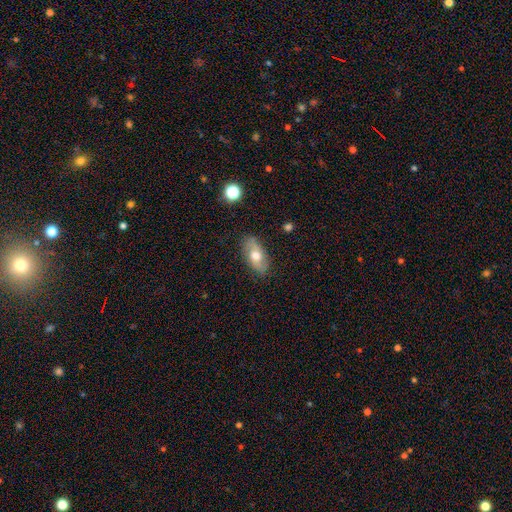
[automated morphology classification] A smooth galaxy with no disk features (59%) that is in between round and cigar-shaped (89%). Merging: none (81%).